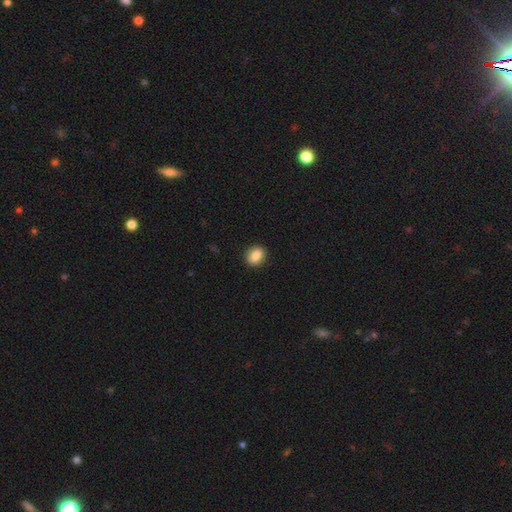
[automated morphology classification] smooth 85%, star or artifact 8%, featured or disk 7%. Down the decision tree: how rounded — in between (54%); merging — none (88%).